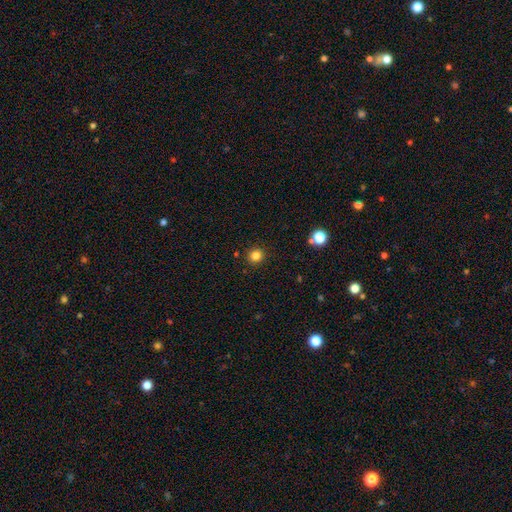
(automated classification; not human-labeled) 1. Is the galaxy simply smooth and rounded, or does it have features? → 82% smooth, 13% star or artifact, 5% featured or disk.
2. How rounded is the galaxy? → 92% round, 7% in between, 1% cigar-shaped.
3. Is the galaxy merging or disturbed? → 92% none, 5% minor disturbance, 2% major disturbance, 1% merger.